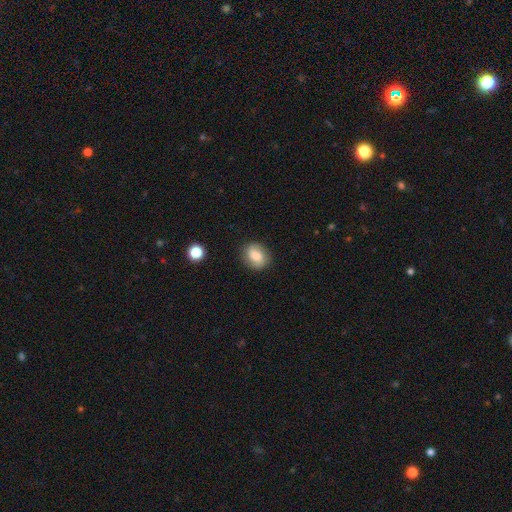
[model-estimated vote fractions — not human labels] A smooth galaxy with no disk features (74%) that is in between round and cigar-shaped (51%). Merging: none (83%).